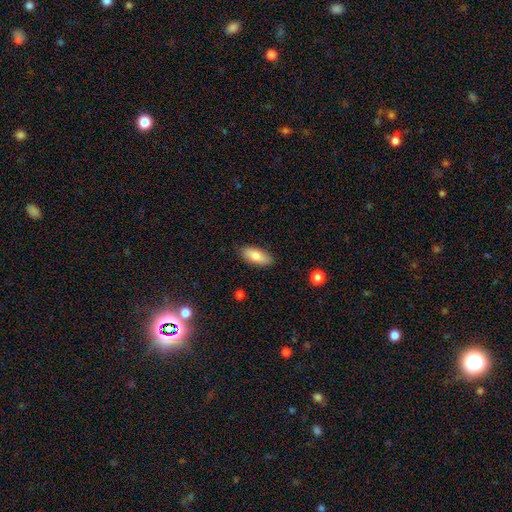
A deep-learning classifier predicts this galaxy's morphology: smooth_or_featured: smooth (p=0.78) [alt: featured or disk p=0.15]
how_rounded: in between (p=0.82) [alt: cigar-shaped p=0.15]
merging: none (p=0.85) [alt: minor disturbance p=0.12]